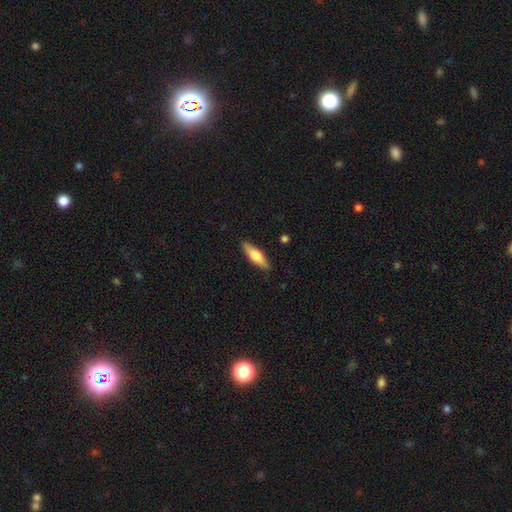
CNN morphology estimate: Smooth or featured?
  - smooth: 57% *
  - featured or disk: 37%
  - star or artifact: 6%
How rounded?
  - cigar-shaped: 60% *
  - in between: 38%
  - round: 2%
Merging?
  - none: 88% *
  - minor disturbance: 9%
  - major disturbance: 2%
  - merger: 1%